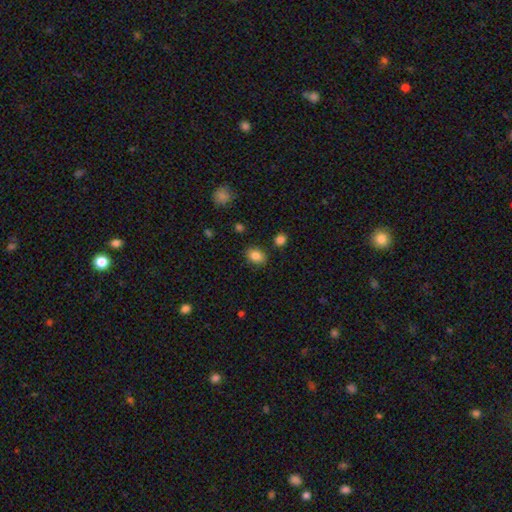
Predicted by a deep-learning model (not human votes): smooth_or_featured: smooth (p=0.85) [alt: star or artifact p=0.09]
how_rounded: in between (p=0.71) [alt: round p=0.28]
merging: none (p=0.84) [alt: minor disturbance p=0.11]